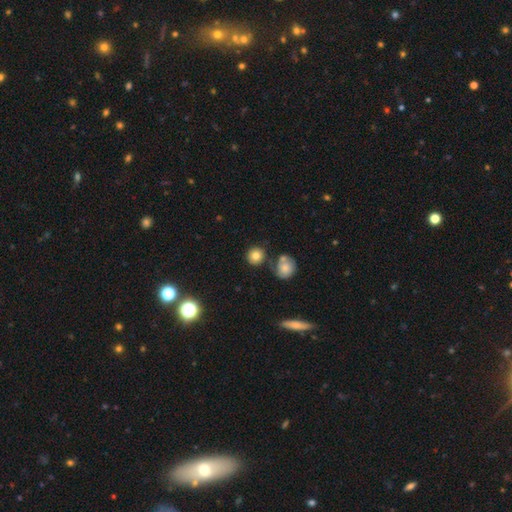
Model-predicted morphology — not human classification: smooth-or-featured: smooth: 80% | star or artifact: 11% | featured or disk: 10%
  how-rounded: round: 91% | in between: 8% | cigar-shaped: 1%
  merging: none: 76% | merger: 10% | minor disturbance: 10% | major disturbance: 3%